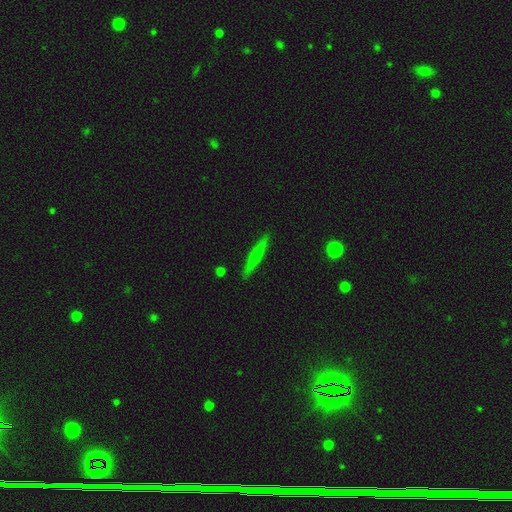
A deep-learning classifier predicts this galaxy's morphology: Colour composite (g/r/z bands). It shows a smooth galaxy with no disk features (56%) that is cigar-shaped (94%). Merging: none (90%).